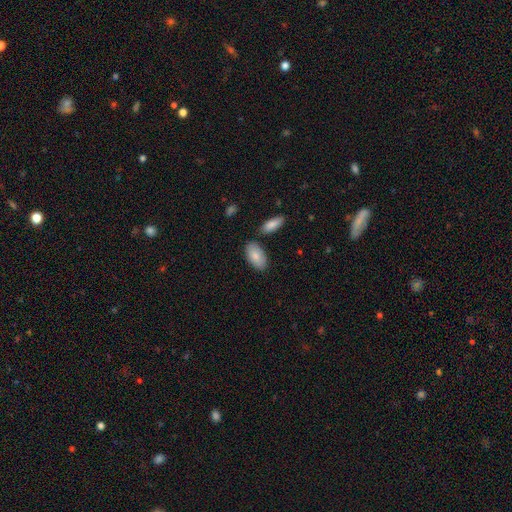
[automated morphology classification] Smooth or featured?
  - smooth: 85% *
  - featured or disk: 10%
  - star or artifact: 6%
How rounded?
  - in between: 94% *
  - cigar-shaped: 3%
  - round: 3%
Merging?
  - none: 78% *
  - minor disturbance: 12%
  - merger: 7%
  - major disturbance: 3%